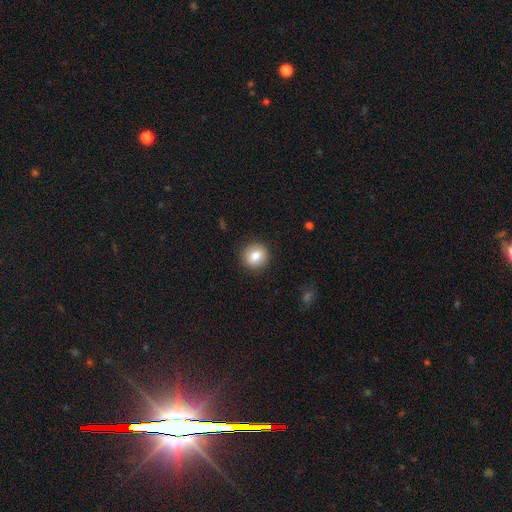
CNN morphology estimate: This appears to be a smooth galaxy with no disk features (82%) that is round (91%). Merging: none (91%).